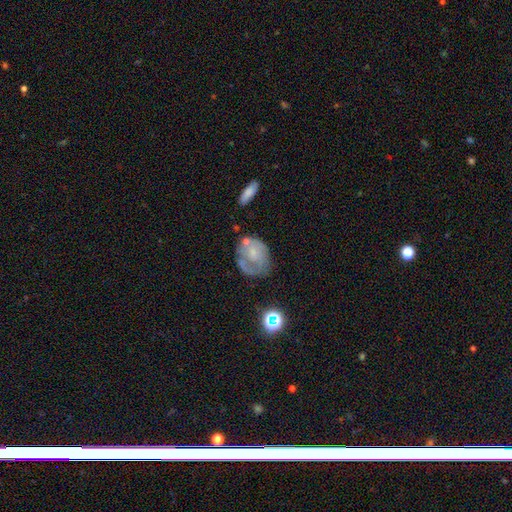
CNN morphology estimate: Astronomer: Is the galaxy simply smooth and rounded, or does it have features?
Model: featured or disk — 54% (runner-up: smooth, 37%).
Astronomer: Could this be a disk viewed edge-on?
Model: no — 97%.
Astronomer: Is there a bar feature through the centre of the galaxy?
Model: no — 76%.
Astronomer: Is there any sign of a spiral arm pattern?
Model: yes — 52% (runner-up: no, 48%).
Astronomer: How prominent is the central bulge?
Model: small — 55%.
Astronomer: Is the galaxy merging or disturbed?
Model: none — 42% (runner-up: minor disturbance, 26%).